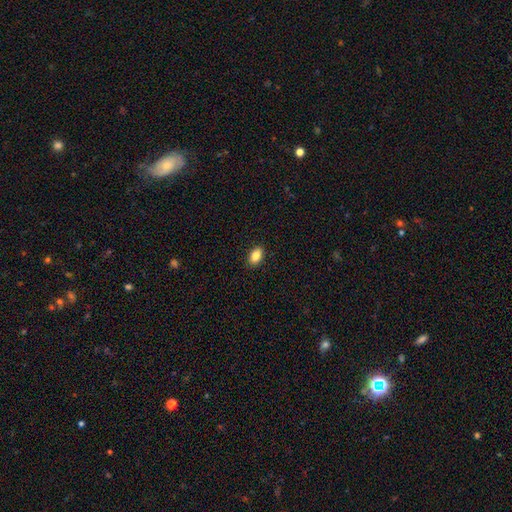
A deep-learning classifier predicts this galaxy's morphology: Q: Smooth or featured?
A: smooth (85%); runner-up: star or artifact (8%)
Q: How rounded?
A: in between (90%); runner-up: round (8%)
Q: Merging?
A: none (90%); runner-up: minor disturbance (7%)